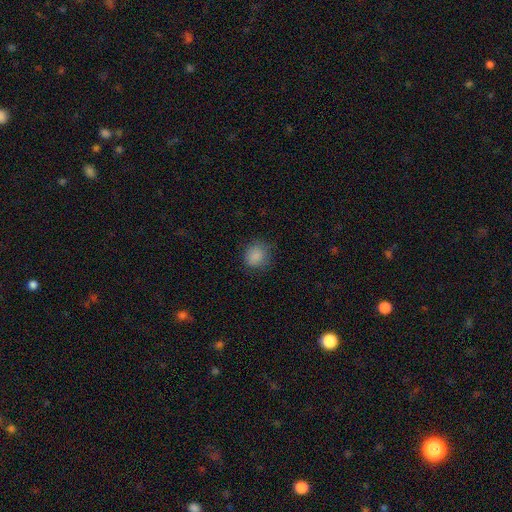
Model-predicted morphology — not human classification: Smooth or featured? smooth (85%)
How rounded? round (77%)
Merging? none (76%)